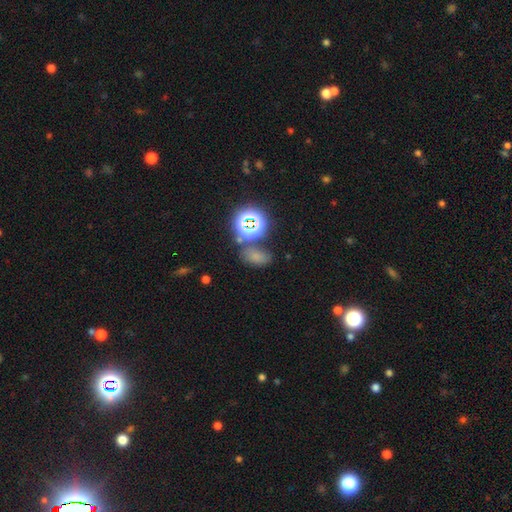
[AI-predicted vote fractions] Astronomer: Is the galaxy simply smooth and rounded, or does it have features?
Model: smooth — 62%.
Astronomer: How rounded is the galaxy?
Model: in between — 79%.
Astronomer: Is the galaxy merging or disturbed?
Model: none — 59%.